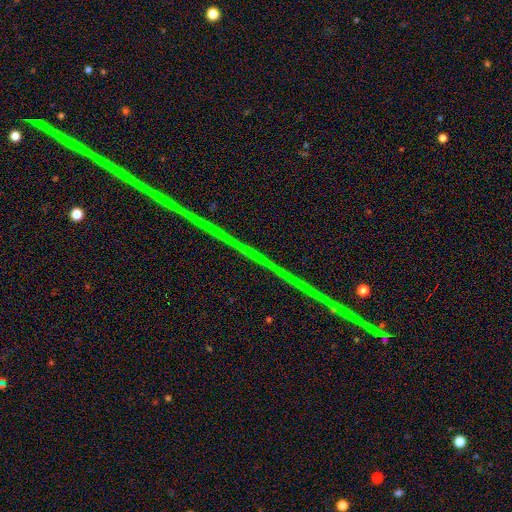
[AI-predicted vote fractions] A star or artifact, not a galaxy (78%).

Vote fractions:
- Smooth or featured? star or artifact: 78% / featured or disk: 15% / smooth: 7%